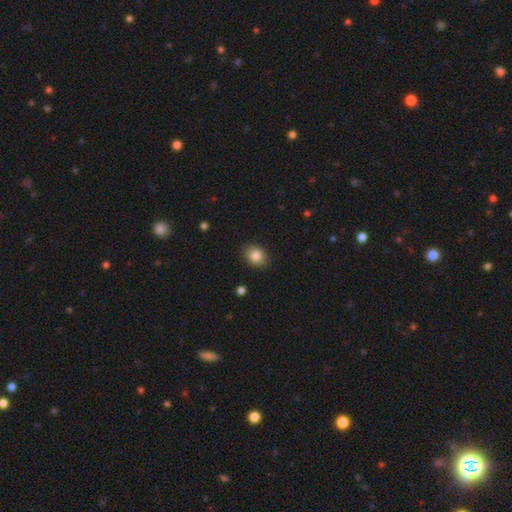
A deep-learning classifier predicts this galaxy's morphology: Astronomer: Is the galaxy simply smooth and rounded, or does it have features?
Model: smooth — 84%.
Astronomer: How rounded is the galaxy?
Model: in between — 51% (runner-up: round, 48%).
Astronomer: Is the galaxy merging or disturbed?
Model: none — 87%.